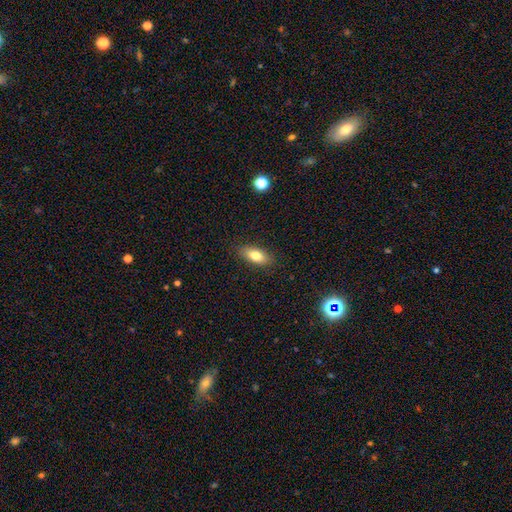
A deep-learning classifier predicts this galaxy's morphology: Smooth or featured?
  - smooth: 79% *
  - featured or disk: 13%
  - star or artifact: 8%
How rounded?
  - in between: 85% *
  - cigar-shaped: 11%
  - round: 4%
Merging?
  - none: 87% *
  - minor disturbance: 9%
  - major disturbance: 2%
  - merger: 1%